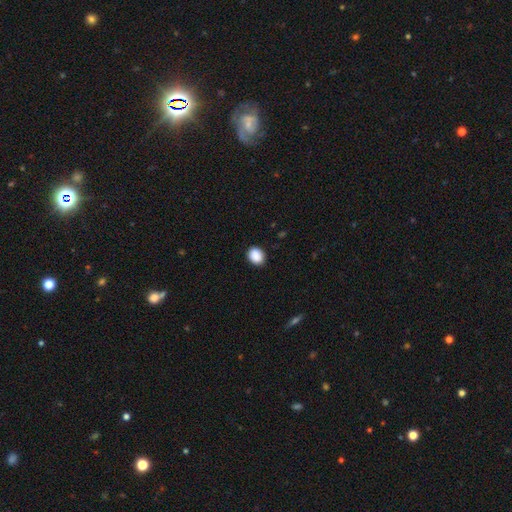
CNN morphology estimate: A smooth galaxy with no disk features (89%) that is round (53%).

Vote fractions:
- Smooth or featured? smooth: 89% / star or artifact: 8% / featured or disk: 3%
- How rounded? round: 53% / in between: 46% / cigar-shaped: 1%
- Merging? none: 88% / minor disturbance: 9% / major disturbance: 2% / merger: 1%